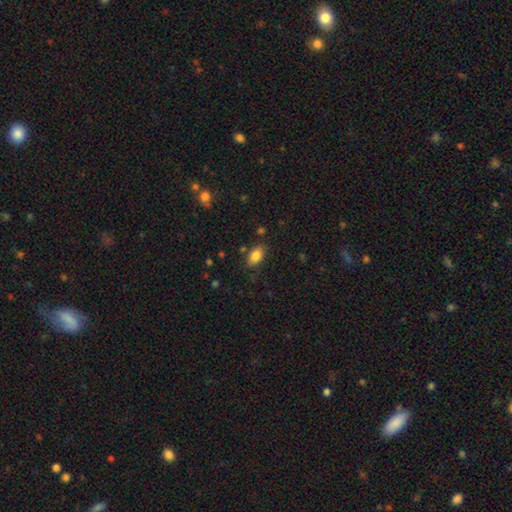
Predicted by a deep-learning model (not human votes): Overall: smooth (85%). How rounded: in between (89%). Merging: none (81%).